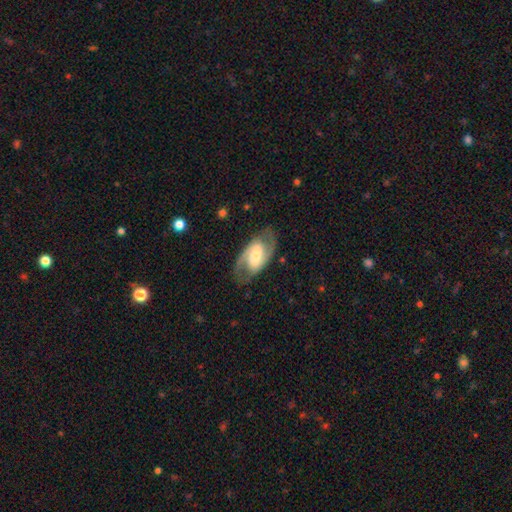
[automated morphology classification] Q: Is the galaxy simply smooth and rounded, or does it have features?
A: featured or disk — 80%.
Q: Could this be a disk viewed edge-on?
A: no — 96%.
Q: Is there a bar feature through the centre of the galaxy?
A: weak — 48%.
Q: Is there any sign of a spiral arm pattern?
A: yes — 93%.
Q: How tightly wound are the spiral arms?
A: medium — 55%.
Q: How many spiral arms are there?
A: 2 — 90%.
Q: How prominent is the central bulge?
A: moderate — 42%.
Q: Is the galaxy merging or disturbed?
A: none — 77%.